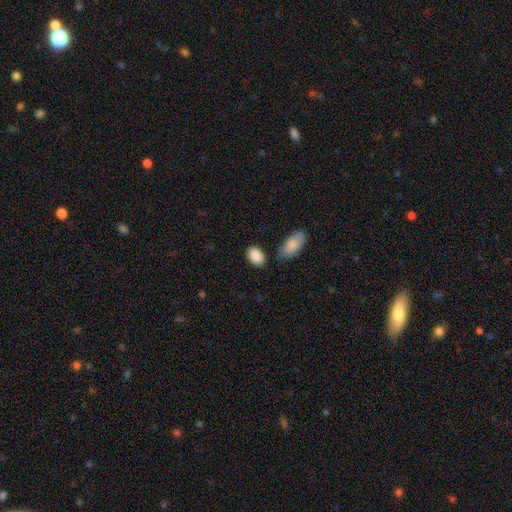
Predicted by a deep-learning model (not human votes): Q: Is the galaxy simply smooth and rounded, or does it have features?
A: smooth — 89%.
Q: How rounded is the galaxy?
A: in between — 87%.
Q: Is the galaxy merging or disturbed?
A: none — 76%.